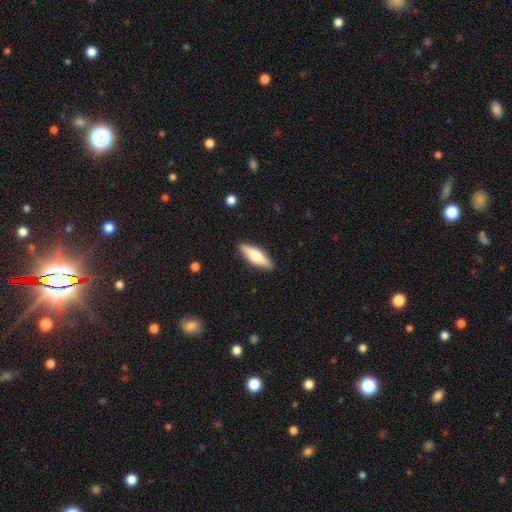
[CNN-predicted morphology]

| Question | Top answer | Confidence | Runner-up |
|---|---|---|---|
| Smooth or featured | smooth | 55% | featured or disk (39%) |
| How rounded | cigar-shaped | 50% | in between (48%) |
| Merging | none | 88% | minor disturbance (9%) |